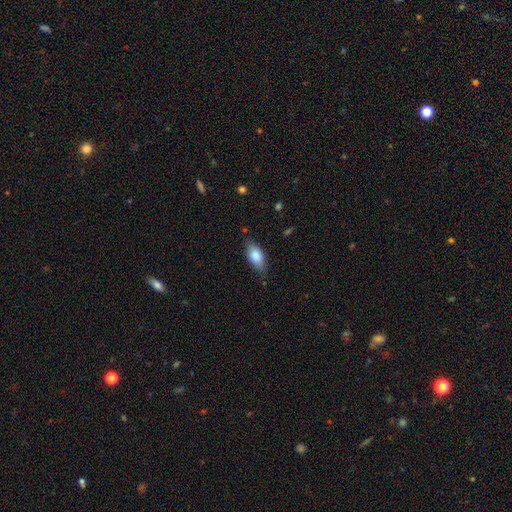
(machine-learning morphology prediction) Q: Smooth or featured?
A: smooth (81%); runner-up: featured or disk (12%)
Q: How rounded?
A: in between (88%); runner-up: cigar-shaped (9%)
Q: Merging?
A: none (75%); runner-up: minor disturbance (20%)